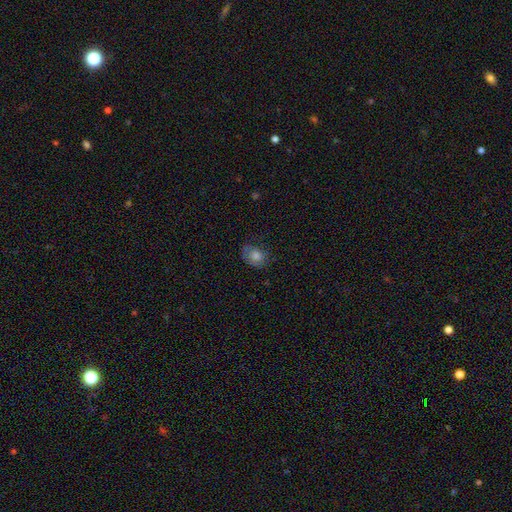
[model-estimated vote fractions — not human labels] Smooth or featured?
  - smooth: 59% *
  - featured or disk: 29%
  - star or artifact: 12%
How rounded?
  - in between: 54% *
  - round: 44%
  - cigar-shaped: 1%
Merging?
  - none: 67% *
  - minor disturbance: 22%
  - major disturbance: 9%
  - merger: 1%